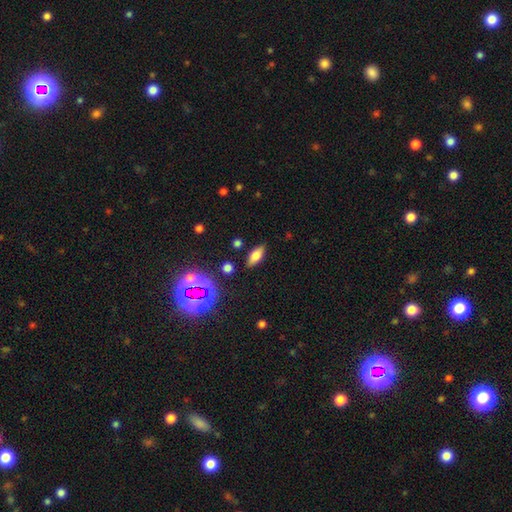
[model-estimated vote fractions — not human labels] smooth_or_featured: smooth (p=0.67) [alt: featured or disk p=0.19]
how_rounded: in between (p=0.79) [alt: cigar-shaped p=0.16]
merging: none (p=0.85) [alt: minor disturbance p=0.10]